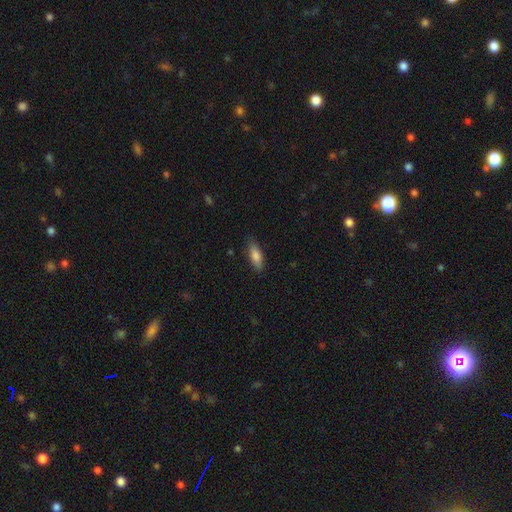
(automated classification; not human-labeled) smooth 81%, featured or disk 13%, star or artifact 6%. Down the decision tree: how rounded — in between (60%); merging — none (82%).